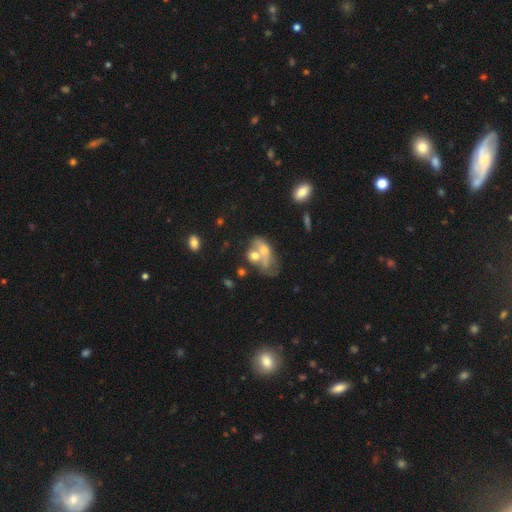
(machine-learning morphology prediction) smooth-or-featured: smooth: 52% | featured or disk: 37% | star or artifact: 11%
  how-rounded: in between: 70% | round: 26% | cigar-shaped: 4%
  merging: merger: 62% | none: 16% | major disturbance: 13% | minor disturbance: 10%